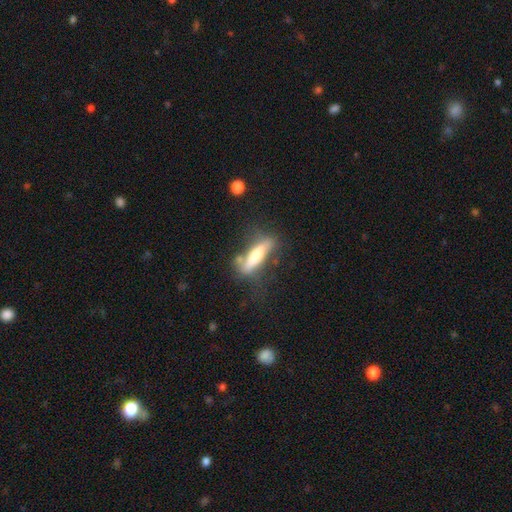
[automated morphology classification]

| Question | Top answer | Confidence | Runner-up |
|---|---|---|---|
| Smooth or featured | smooth | 59% | featured or disk (35%) |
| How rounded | cigar-shaped | 73% | in between (25%) |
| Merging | none | 60% | minor disturbance (21%) |